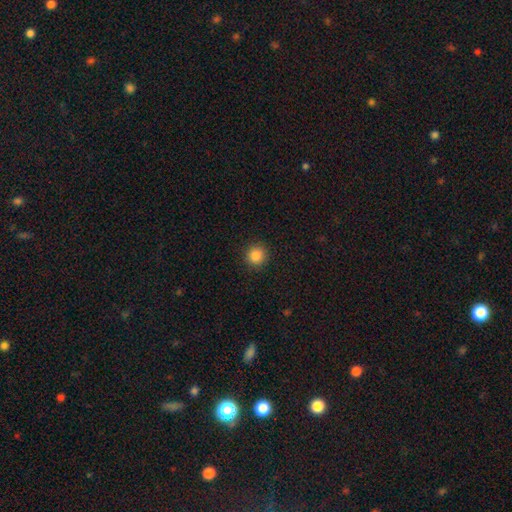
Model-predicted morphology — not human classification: The model was most divided on "smooth or featured": smooth: 85%, star or artifact: 11%, featured or disk: 4%. More confident: how rounded — round (93%); merging — none (92%).